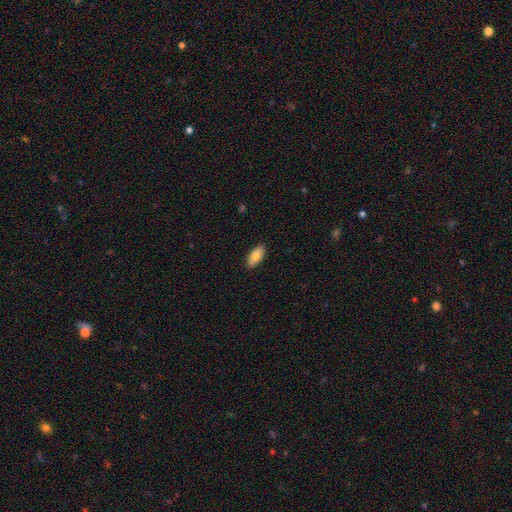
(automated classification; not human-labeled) smooth 81%, featured or disk 13%, star or artifact 6%. Down the decision tree: how rounded — in between (88%); merging — none (90%).